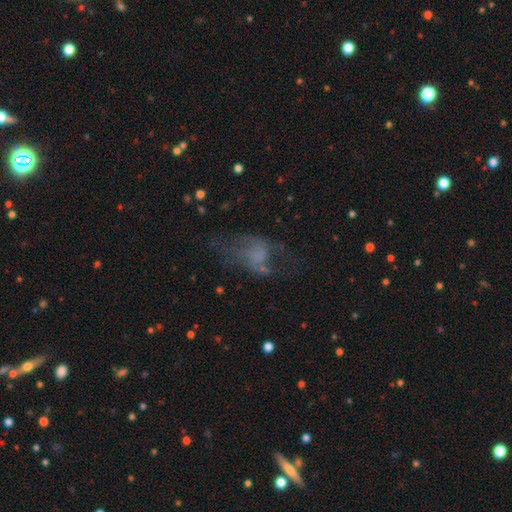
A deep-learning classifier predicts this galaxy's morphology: Overall: featured or disk (45%; smooth 38%). Merging: major disturbance (38%; none 37%).